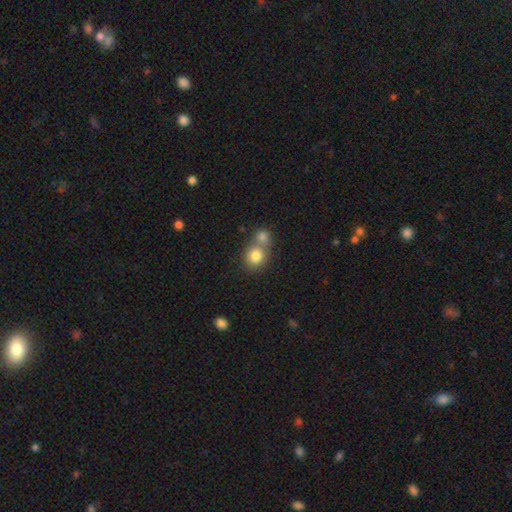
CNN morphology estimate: smooth 81%, star or artifact 10%, featured or disk 9%. Down the decision tree: how rounded — round (80%); merging — merger (50%).